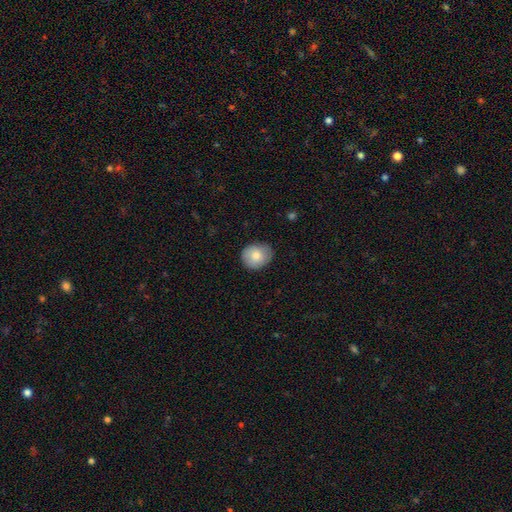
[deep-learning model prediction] The model was most divided on "how rounded": round: 67%, in between: 32%, cigar-shaped: 1%. More confident: merging — none (79%); smooth or featured — smooth (79%).